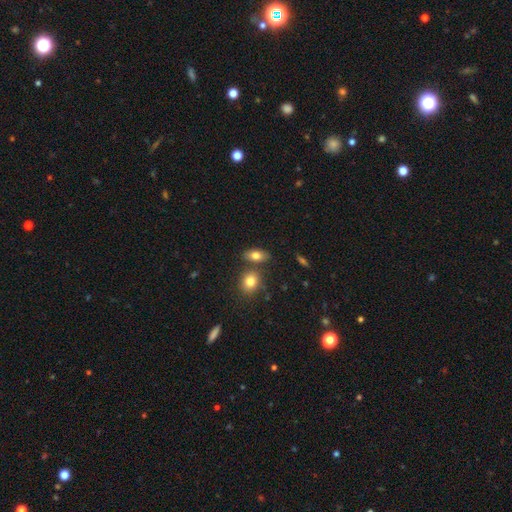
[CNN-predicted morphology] This appears to be a smooth galaxy with no disk features (79%) that is in between round and cigar-shaped (83%). Merging: none (69%).